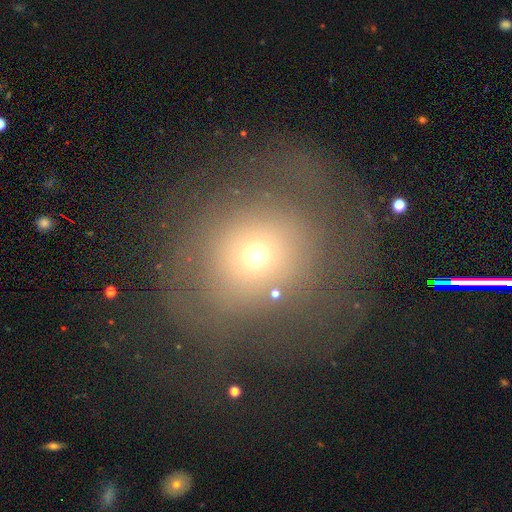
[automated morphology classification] Smooth or featured?
  - smooth: 62% *
  - star or artifact: 20%
  - featured or disk: 18%
How rounded?
  - round: 81% *
  - in between: 18%
  - cigar-shaped: 1%
Merging?
  - none: 55% *
  - major disturbance: 24%
  - minor disturbance: 17%
  - merger: 4%